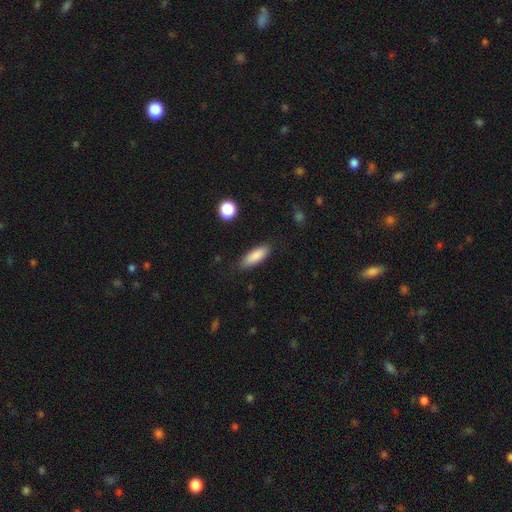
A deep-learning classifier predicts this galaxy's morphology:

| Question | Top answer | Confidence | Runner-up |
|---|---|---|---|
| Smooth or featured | smooth | 86% | featured or disk (7%) |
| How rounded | in between | 62% | cigar-shaped (36%) |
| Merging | none | 85% | minor disturbance (11%) |